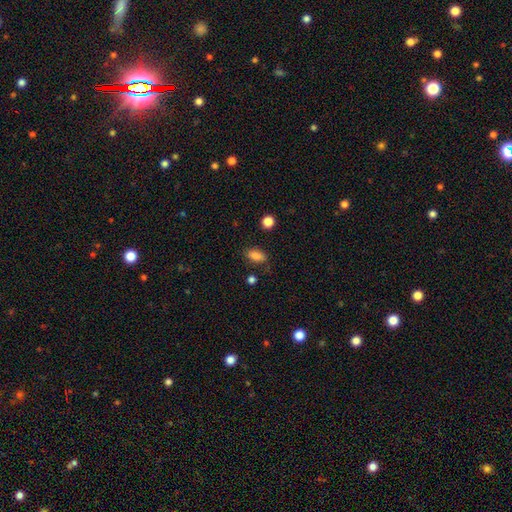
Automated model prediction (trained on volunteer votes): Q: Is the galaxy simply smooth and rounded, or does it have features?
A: smooth — 85%.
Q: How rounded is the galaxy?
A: in between — 87%.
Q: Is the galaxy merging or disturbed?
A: none — 79%.